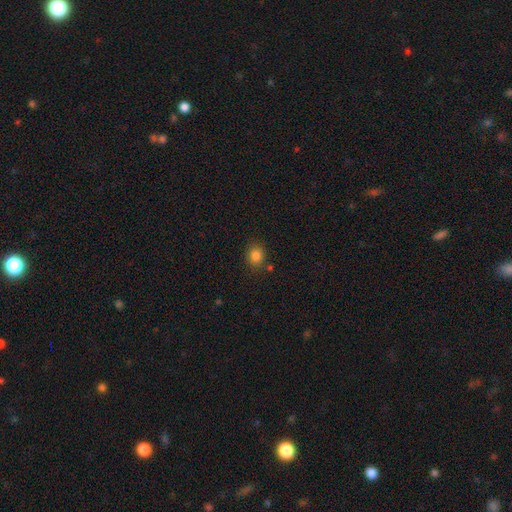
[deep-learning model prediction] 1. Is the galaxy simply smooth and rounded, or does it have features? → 82% smooth, 12% star or artifact, 6% featured or disk.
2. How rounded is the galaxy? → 72% round, 27% in between, 1% cigar-shaped.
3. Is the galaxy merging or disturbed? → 83% none, 10% minor disturbance, 4% merger, 3% major disturbance.